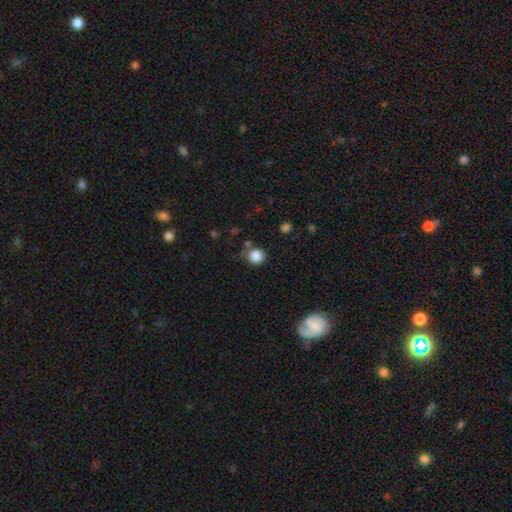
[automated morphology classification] smooth_or_featured: smooth (p=0.85) [alt: star or artifact p=0.11]
how_rounded: round (p=0.89) [alt: in between p=0.10]
merging: none (p=0.75) [alt: minor disturbance p=0.14]